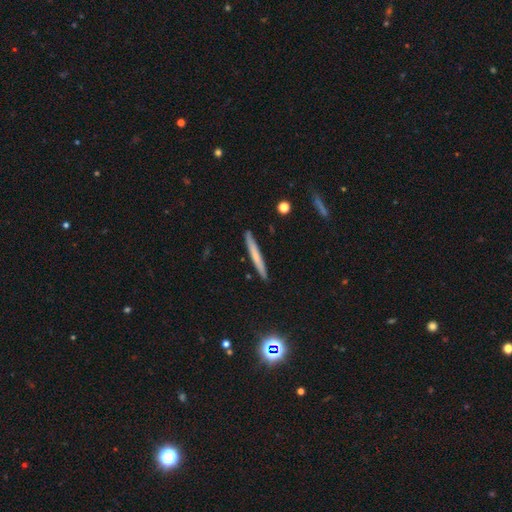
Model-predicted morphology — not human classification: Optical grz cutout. It shows a smooth galaxy with no disk features (61%) that is cigar-shaped (96%). Merging: none (91%).